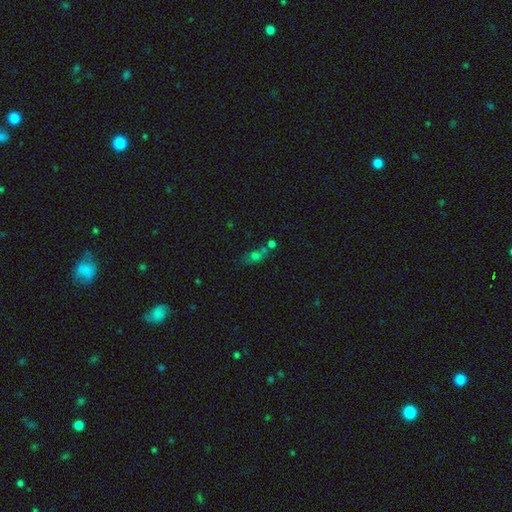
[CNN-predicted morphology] The model was most divided on "merging": none: 43%, merger: 32%, minor disturbance: 15%, major disturbance: 9%. More confident: how rounded — in between (61%); smooth or featured — smooth (56%).